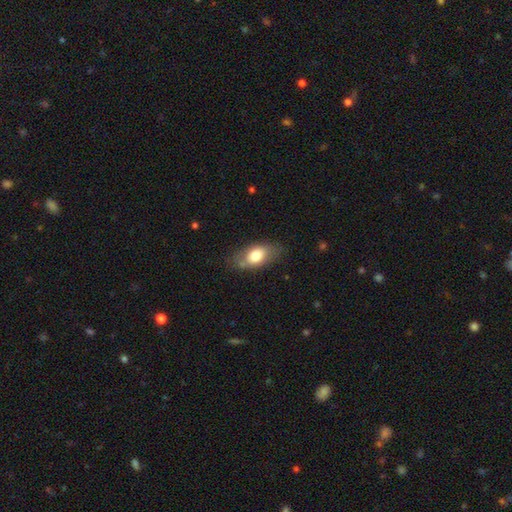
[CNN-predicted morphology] type=smooth (72%); roundness=in between (87%); merging=none (72%).